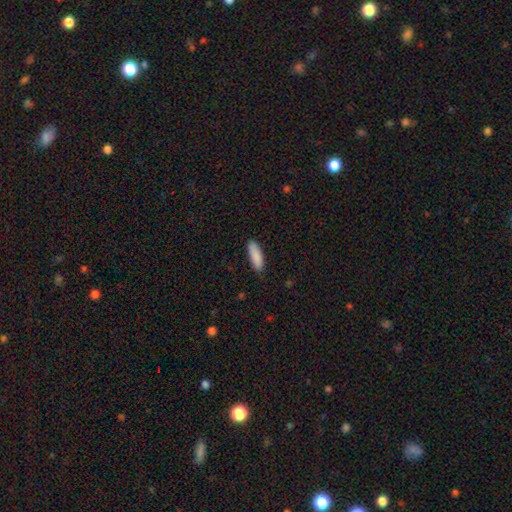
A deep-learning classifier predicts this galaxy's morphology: Smooth or featured? Predicted: smooth (p=0.89). How rounded? Predicted: in between (p=0.51). Merging? Predicted: none (p=0.86).